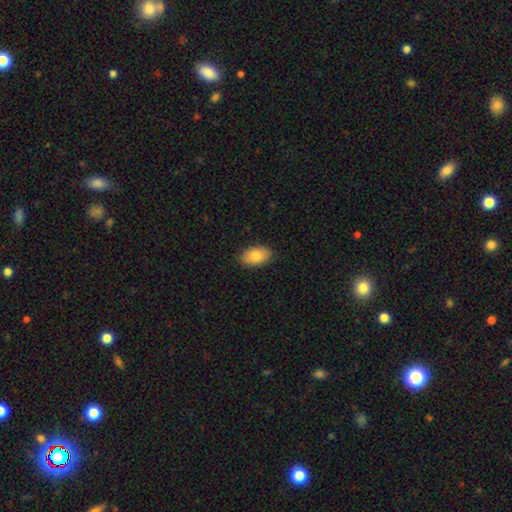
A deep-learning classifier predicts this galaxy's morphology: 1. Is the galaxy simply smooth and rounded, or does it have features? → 83% smooth, 10% featured or disk, 7% star or artifact.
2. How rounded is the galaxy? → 92% in between, 6% round, 1% cigar-shaped.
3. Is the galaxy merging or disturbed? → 87% none, 10% minor disturbance, 2% major disturbance, 1% merger.